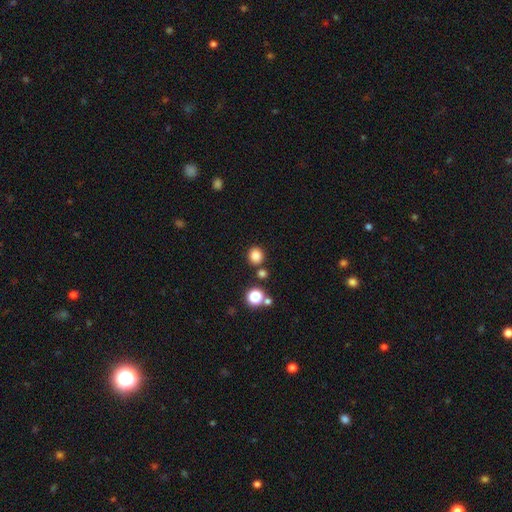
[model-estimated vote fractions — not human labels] A smooth galaxy with no disk features (84%) that is round (85%). Merging: none (82%).